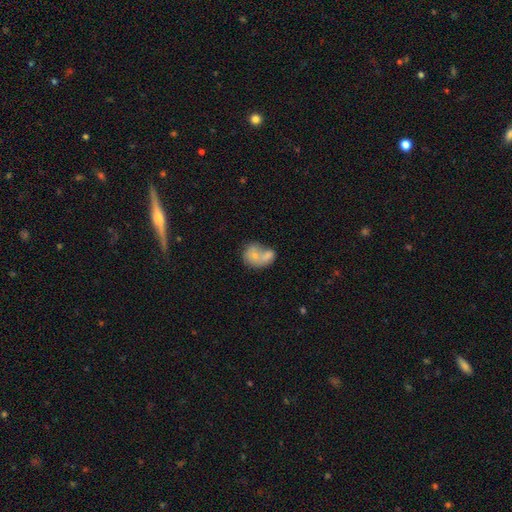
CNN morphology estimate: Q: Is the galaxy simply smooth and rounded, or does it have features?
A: smooth — 66%.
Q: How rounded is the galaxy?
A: round — 53%.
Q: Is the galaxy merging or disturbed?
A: merger — 64%.